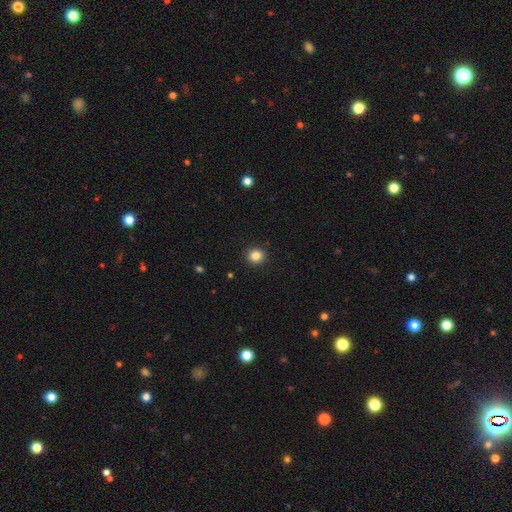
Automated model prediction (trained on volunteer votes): A smooth galaxy with no disk features (84%) that is round (88%).

Vote fractions:
- Smooth or featured? smooth: 84% / star or artifact: 11% / featured or disk: 5%
- How rounded? round: 88% / in between: 12% / cigar-shaped: 1%
- Merging? none: 92% / minor disturbance: 5% / major disturbance: 2% / merger: 1%